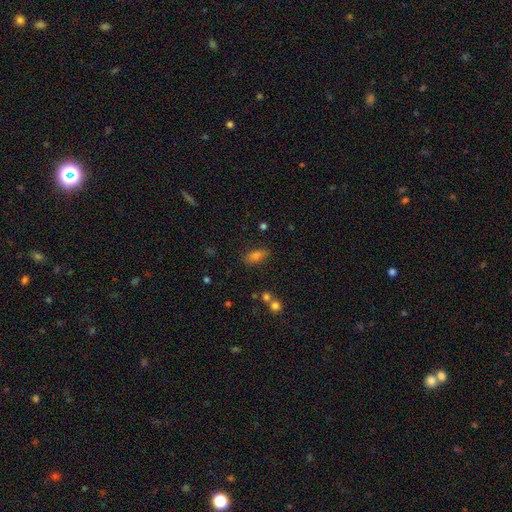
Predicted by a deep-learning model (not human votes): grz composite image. It shows a smooth galaxy with no disk features (72%) that is in between round and cigar-shaped (76%). Merging: none (76%).